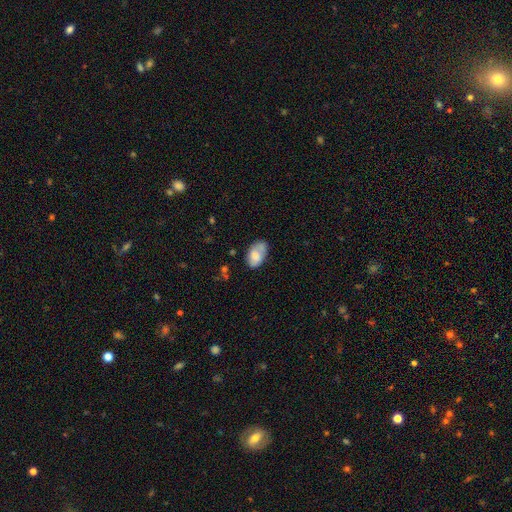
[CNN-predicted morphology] Smooth or featured: smooth — 72% (featured or disk — 20%)
How rounded: in between — 91% (round — 7%)
Merging: none — 50% (minor disturbance — 30%)